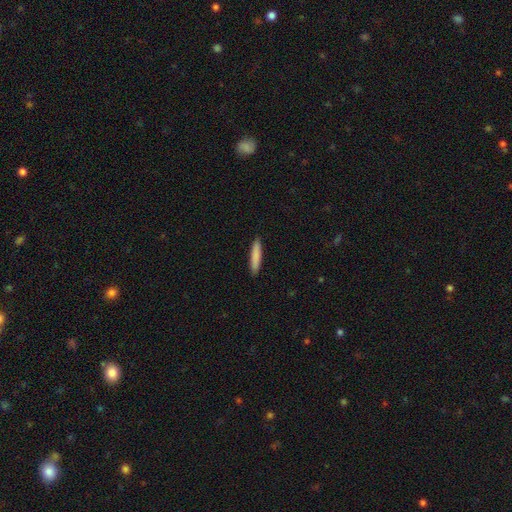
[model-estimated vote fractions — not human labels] Q: Smooth or featured?
A: smooth (84%); runner-up: featured or disk (10%)
Q: How rounded?
A: cigar-shaped (90%); runner-up: in between (8%)
Q: Merging?
A: none (91%); runner-up: minor disturbance (7%)